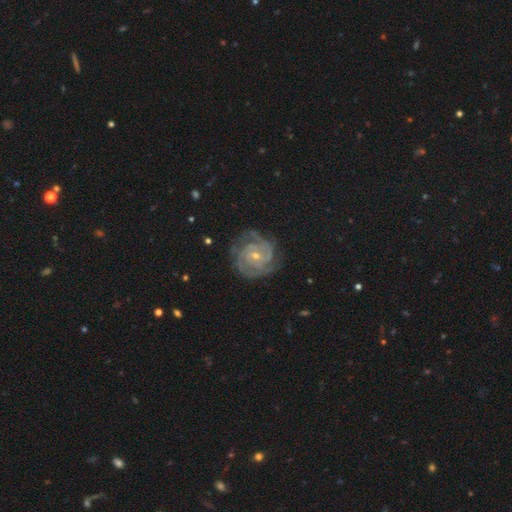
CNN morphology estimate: Smooth or featured? Predicted: featured or disk (p=0.89). Edge-on disk? Predicted: no (p=0.98). Bar? Predicted: no (p=0.66). Spiral arms? Predicted: yes (p=0.98). Spiral winding? Predicted: tight (p=0.75). Spiral arm count? Predicted: 3 (p=0.31). Bulge size? Predicted: small (p=0.68). Merging? Predicted: none (p=0.79).